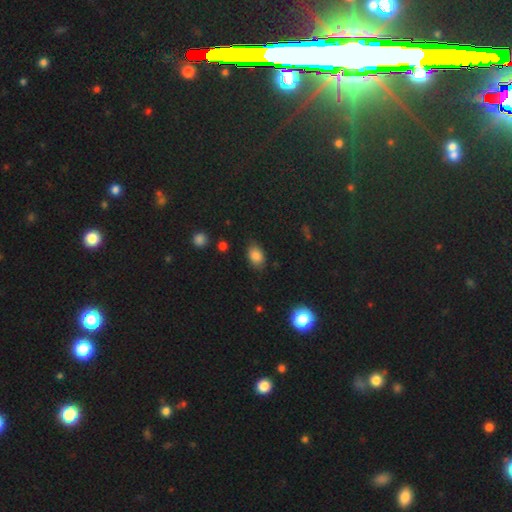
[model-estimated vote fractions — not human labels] Smooth or featured: smooth — 83% (star or artifact — 11%)
How rounded: in between — 83% (round — 16%)
Merging: none — 76% (minor disturbance — 18%)